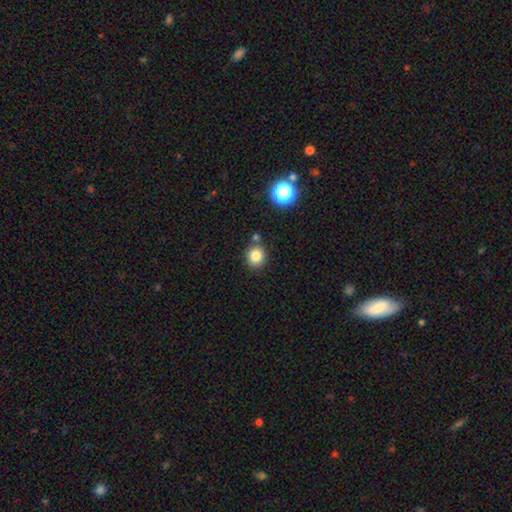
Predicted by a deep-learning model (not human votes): Smooth or featured? Predicted: smooth (p=0.83). How rounded? Predicted: round (p=0.80). Merging? Predicted: none (p=0.77).